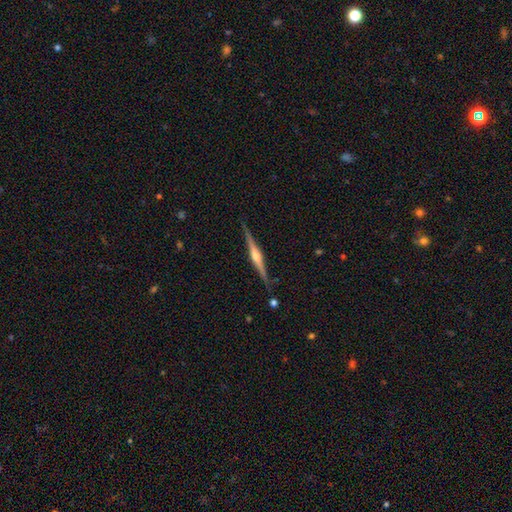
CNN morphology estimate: A featured or disk galaxy (82%) viewed edge-on (98%) with a rounded central bulge (85%). Merging: none (88%).